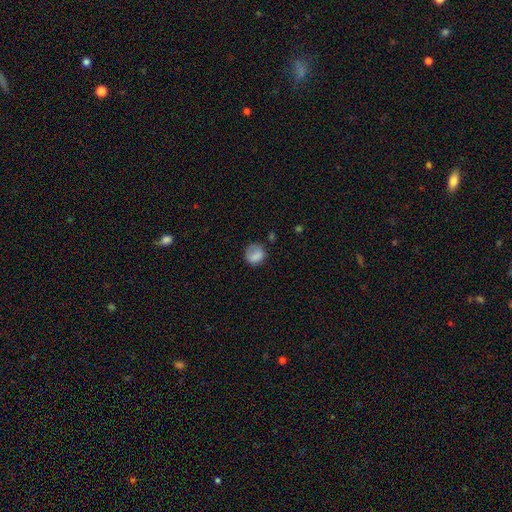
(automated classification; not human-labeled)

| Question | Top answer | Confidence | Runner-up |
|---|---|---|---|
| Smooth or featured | smooth | 81% | star or artifact (10%) |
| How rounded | round | 75% | in between (24%) |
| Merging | none | 61% | minor disturbance (24%) |